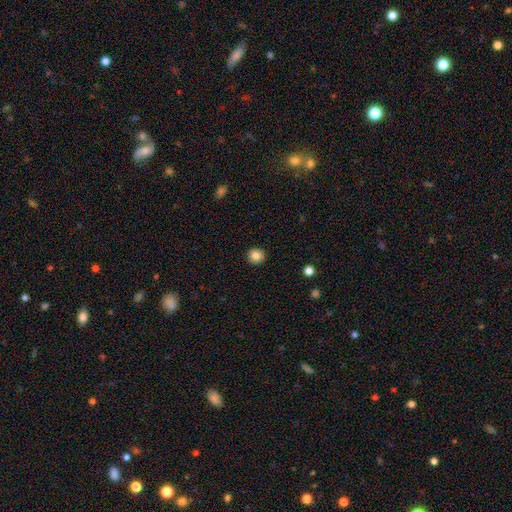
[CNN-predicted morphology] The model was most divided on "smooth or featured": smooth: 83%, star or artifact: 9%, featured or disk: 7%. More confident: how rounded — round (94%); merging — none (92%).